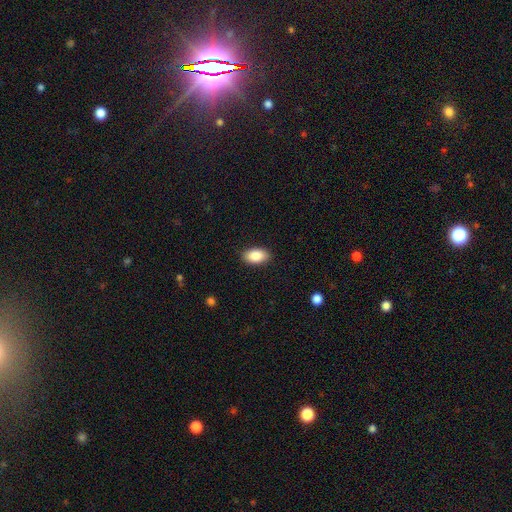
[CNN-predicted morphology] Smooth or featured: smooth — 88% (star or artifact — 7%)
How rounded: in between — 93% (round — 5%)
Merging: none — 88% (minor disturbance — 8%)